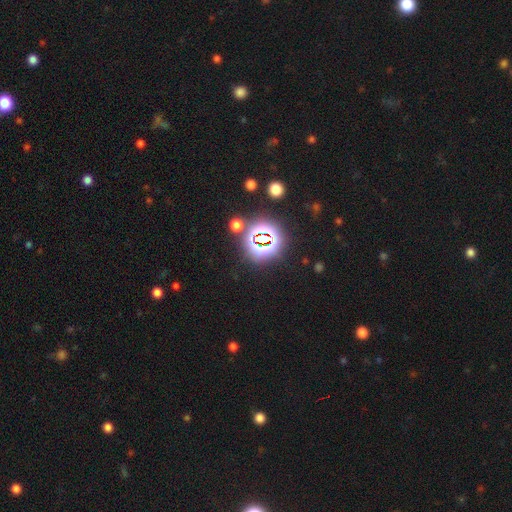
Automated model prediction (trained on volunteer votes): A star or artifact, not a galaxy (82%).